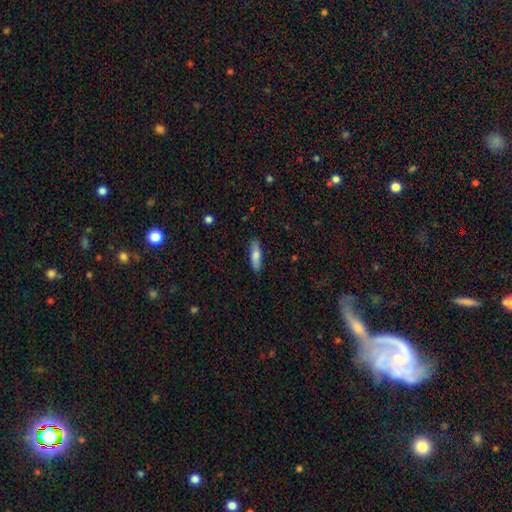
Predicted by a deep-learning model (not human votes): Q: Smooth or featured?
A: smooth (76%); runner-up: featured or disk (18%)
Q: How rounded?
A: cigar-shaped (58%); runner-up: in between (40%)
Q: Merging?
A: none (86%); runner-up: minor disturbance (11%)